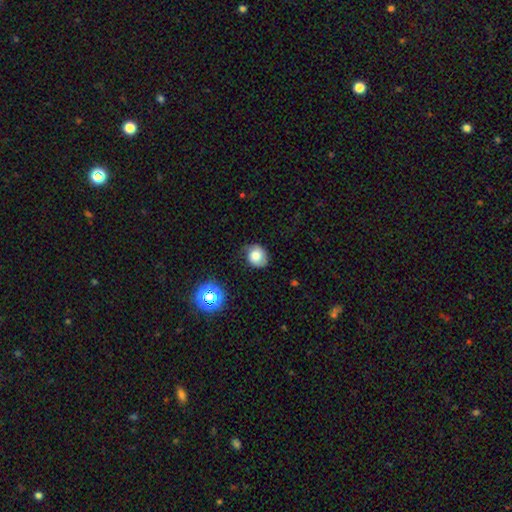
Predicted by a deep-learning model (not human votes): Smooth or featured?
  - smooth: 71% *
  - featured or disk: 18%
  - star or artifact: 11%
How rounded?
  - round: 73% *
  - in between: 27%
  - cigar-shaped: 1%
Merging?
  - none: 62% *
  - minor disturbance: 28%
  - major disturbance: 8%
  - merger: 2%